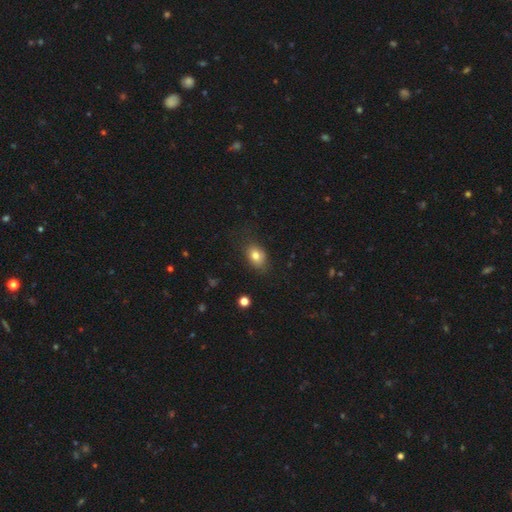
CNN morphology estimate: Overall: smooth (79%). How rounded: in between (75%). Merging: none (75%).